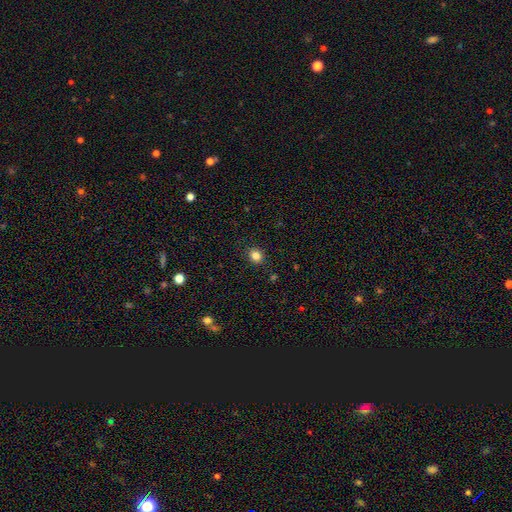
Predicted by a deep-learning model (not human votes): smooth 83%, star or artifact 12%, featured or disk 5%. Down the decision tree: how rounded — round (67%); merging — none (89%).